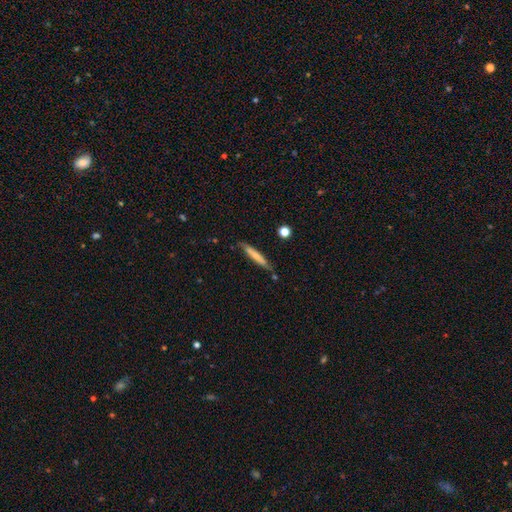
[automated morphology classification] Smooth or featured? smooth (62%)
How rounded? cigar-shaped (93%)
Merging? none (79%)